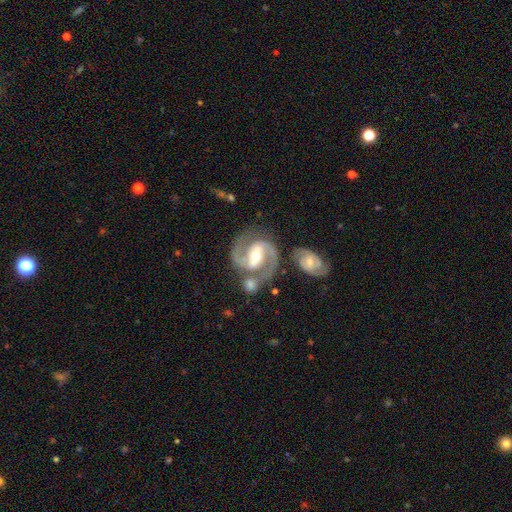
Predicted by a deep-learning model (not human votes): Smooth or featured? featured or disk (92%)
Edge-on disk? no (98%)
Bar? strong (50%)
Spiral arms? yes (98%)
Spiral winding? medium (61%)
Spiral arm count? 2 (94%)
Bulge size? moderate (65%)
Merging? none (64%)